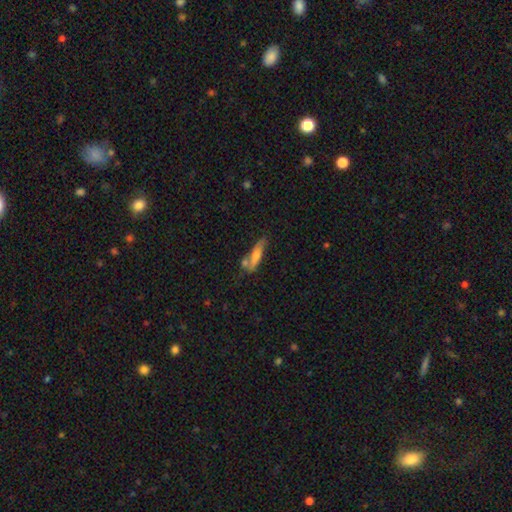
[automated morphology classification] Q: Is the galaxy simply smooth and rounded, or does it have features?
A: smooth — 57%.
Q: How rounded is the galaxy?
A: cigar-shaped — 70%.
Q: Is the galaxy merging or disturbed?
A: none — 55%.